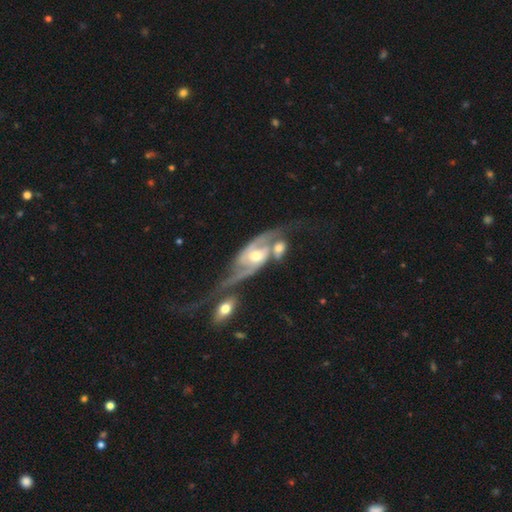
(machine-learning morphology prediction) Smooth or featured: featured or disk — 88% (smooth — 7%)
Edge-on disk: no — 94% (yes — 6%)
Bar: no — 46% (weak — 38%)
Spiral arms: yes — 96% (no — 4%)
Spiral winding: medium — 45% (loose — 33%)
Spiral arm count: 2 — 88% (can't tell — 5%)
Bulge size: moderate — 64% (small — 26%)
Merging: merger — 45% (none — 26%)